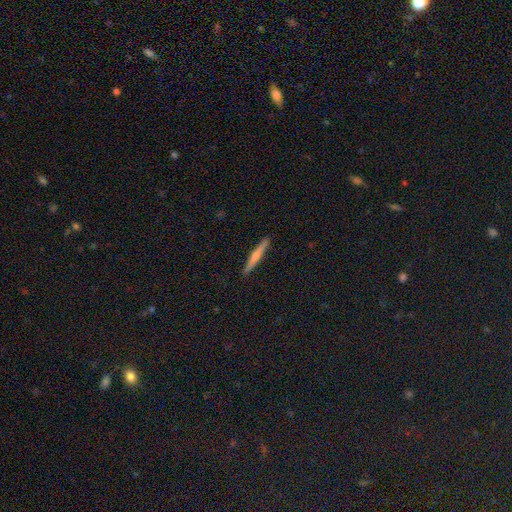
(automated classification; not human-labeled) Q: Smooth or featured?
A: smooth (54%); runner-up: featured or disk (40%)
Q: How rounded?
A: cigar-shaped (95%); runner-up: in between (3%)
Q: Merging?
A: none (91%); runner-up: minor disturbance (6%)